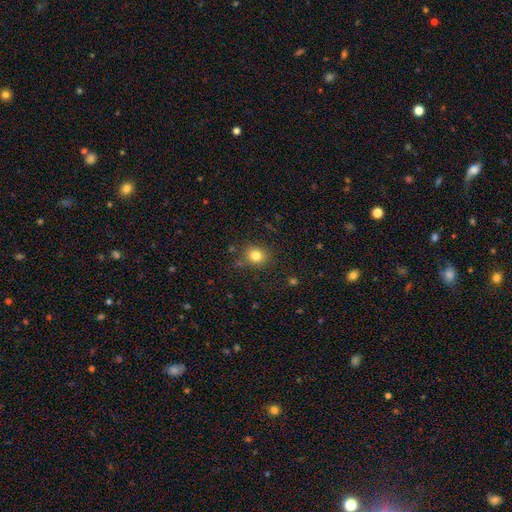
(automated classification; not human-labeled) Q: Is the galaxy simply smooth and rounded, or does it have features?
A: smooth — 81%.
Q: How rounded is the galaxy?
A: round — 77%.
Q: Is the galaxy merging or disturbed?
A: none — 83%.